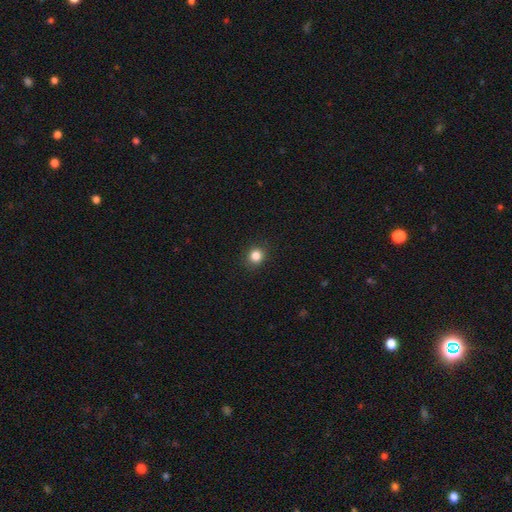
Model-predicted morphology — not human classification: smooth 84%, star or artifact 12%, featured or disk 4%. Down the decision tree: how rounded — round (87%); merging — none (91%).